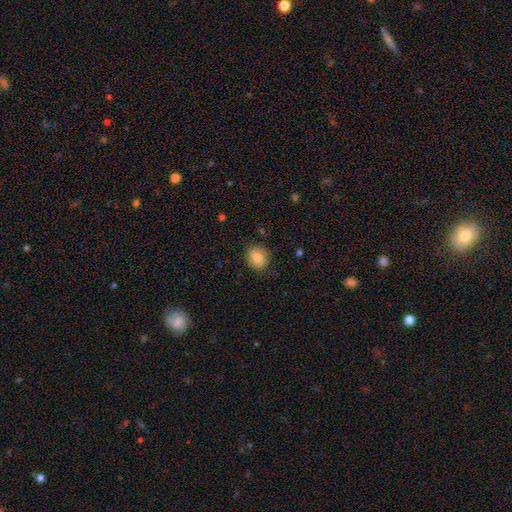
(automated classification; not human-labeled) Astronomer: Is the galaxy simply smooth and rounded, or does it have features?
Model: smooth — 81%.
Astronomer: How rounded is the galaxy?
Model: round — 63%.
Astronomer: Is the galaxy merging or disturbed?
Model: none — 86%.